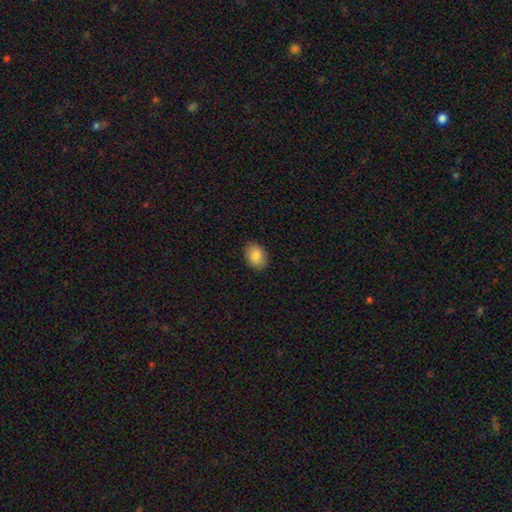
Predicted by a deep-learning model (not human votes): This is clearly a smooth galaxy (86%). How rounded: likely in between (73%). Merging: clearly none (89%).